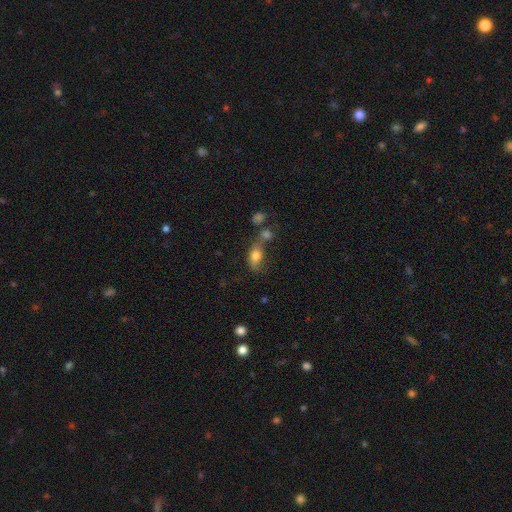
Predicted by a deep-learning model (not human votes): Smooth or featured? smooth (73%)
How rounded? in between (79%)
Merging? none (38%)